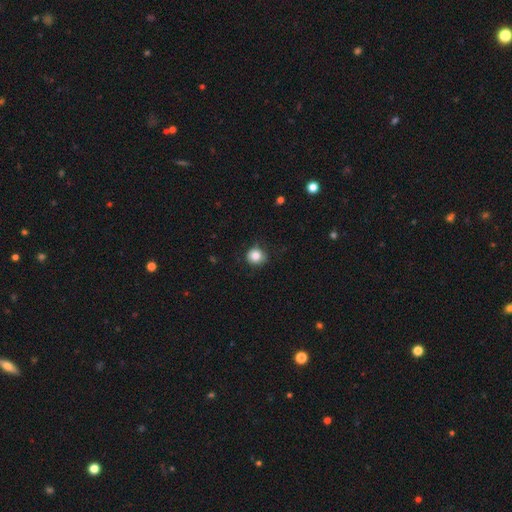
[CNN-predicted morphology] smooth-or-featured: smooth: 84% | star or artifact: 10% | featured or disk: 7%
  how-rounded: round: 88% | in between: 11% | cigar-shaped: 1%
  merging: none: 78% | minor disturbance: 17% | major disturbance: 4% | merger: 1%